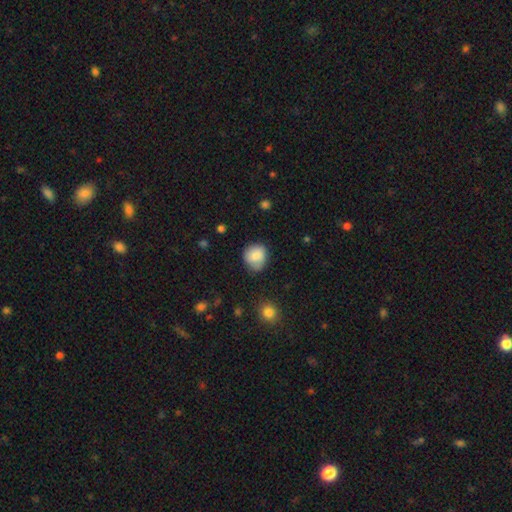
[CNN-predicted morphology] smooth 83%, featured or disk 9%, star or artifact 8%. Down the decision tree: how rounded — round (80%); merging — none (73%).